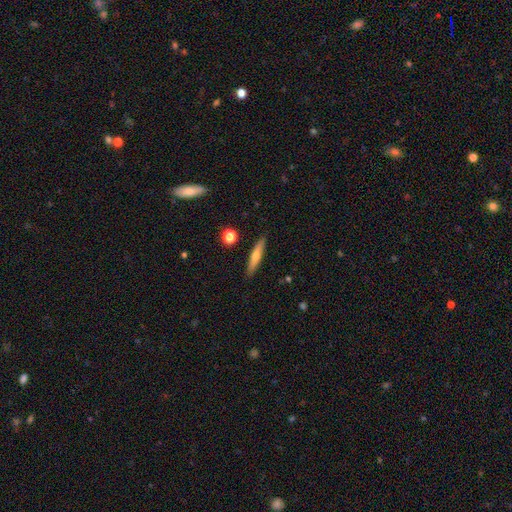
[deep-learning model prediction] Smooth or featured: smooth — 58% (featured or disk — 36%)
How rounded: cigar-shaped — 88% (in between — 10%)
Merging: none — 89% (minor disturbance — 8%)